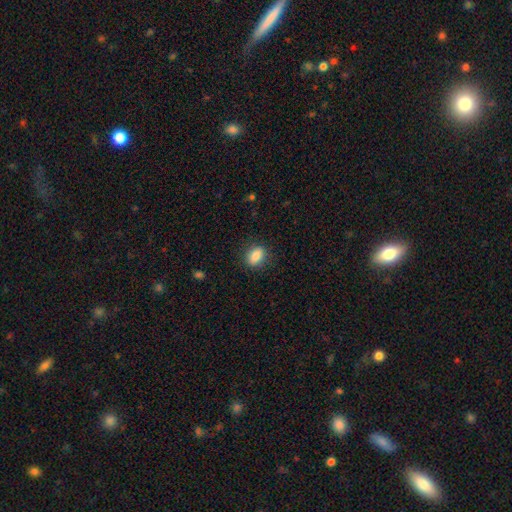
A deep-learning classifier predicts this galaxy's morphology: smooth_or_featured: smooth (p=0.86) [alt: star or artifact p=0.08]
how_rounded: in between (p=0.75) [alt: round p=0.22]
merging: none (p=0.85) [alt: minor disturbance p=0.11]